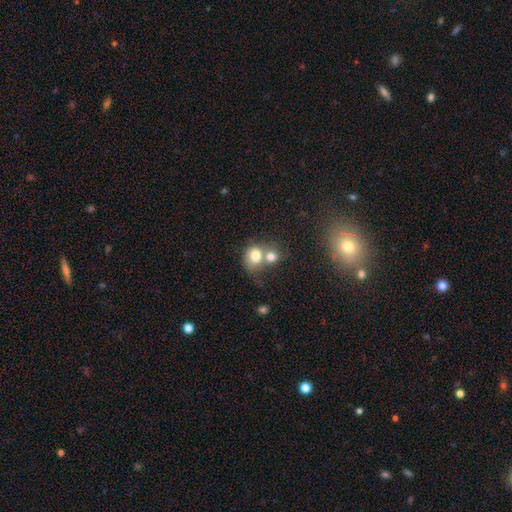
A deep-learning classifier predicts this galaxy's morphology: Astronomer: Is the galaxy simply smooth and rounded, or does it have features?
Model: smooth — 75%.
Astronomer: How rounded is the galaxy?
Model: round — 66%.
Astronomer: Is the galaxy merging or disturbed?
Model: merger — 64%.